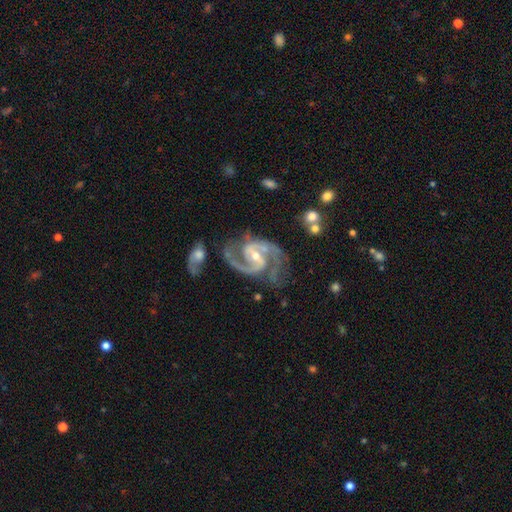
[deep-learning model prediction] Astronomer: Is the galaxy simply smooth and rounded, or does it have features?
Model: featured or disk — 94%.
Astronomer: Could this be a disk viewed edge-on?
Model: no — 98%.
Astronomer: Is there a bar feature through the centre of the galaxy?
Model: weak — 48% (runner-up: strong, 28%).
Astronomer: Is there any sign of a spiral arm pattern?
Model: yes — 99%.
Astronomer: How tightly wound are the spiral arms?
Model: medium — 66%.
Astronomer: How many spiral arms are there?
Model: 2 — 88%.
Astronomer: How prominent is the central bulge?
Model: moderate — 52% (runner-up: small, 44%).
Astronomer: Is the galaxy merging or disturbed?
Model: none — 64%.